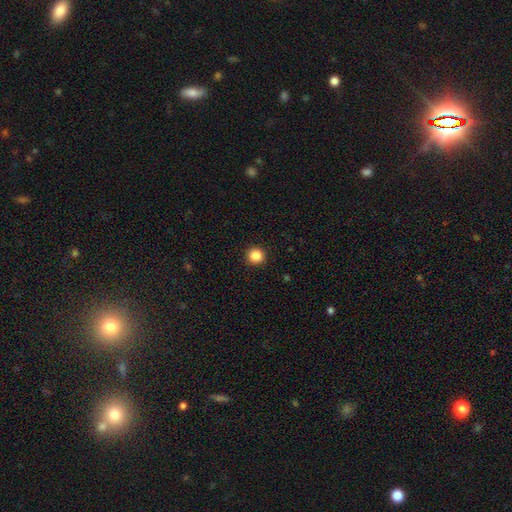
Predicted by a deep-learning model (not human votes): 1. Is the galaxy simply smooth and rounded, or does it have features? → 87% smooth, 10% star or artifact, 3% featured or disk.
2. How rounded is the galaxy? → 95% round, 4% in between, 1% cigar-shaped.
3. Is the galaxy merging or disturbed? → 93% none, 5% minor disturbance, 2% major disturbance, 1% merger.